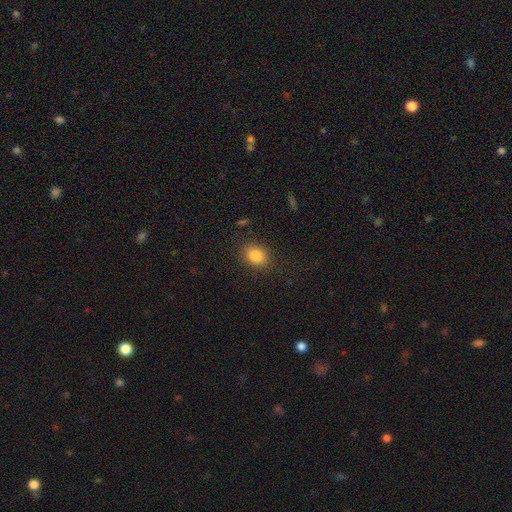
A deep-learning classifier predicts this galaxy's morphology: This is clearly a smooth galaxy (85%). How rounded: possibly in between (59%). Merging: clearly none (85%).